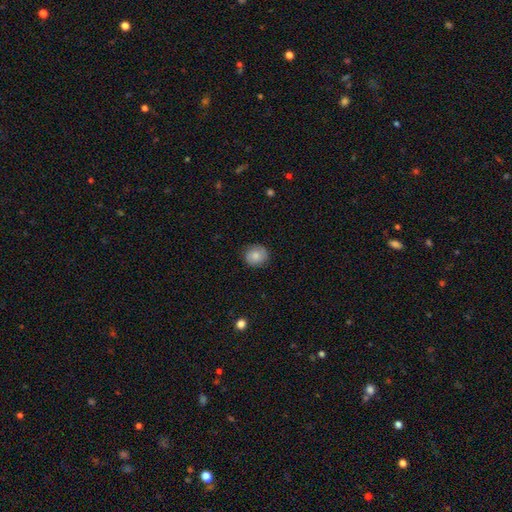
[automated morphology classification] smooth-or-featured: smooth: 82% | featured or disk: 10% | star or artifact: 8%
  how-rounded: round: 85% | in between: 14% | cigar-shaped: 1%
  merging: none: 89% | minor disturbance: 8% | major disturbance: 2% | merger: 1%